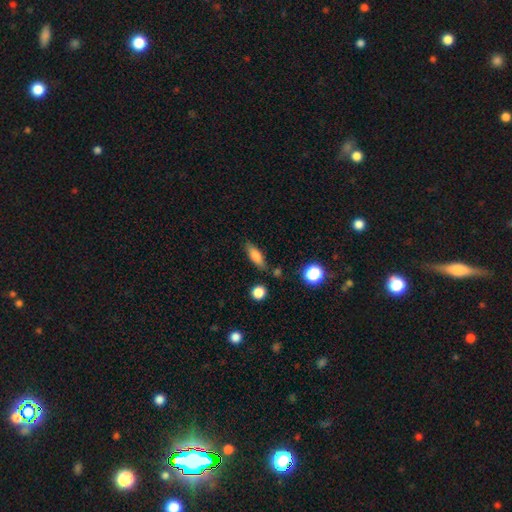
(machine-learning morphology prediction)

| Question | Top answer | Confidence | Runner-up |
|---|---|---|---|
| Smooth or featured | smooth | 76% | featured or disk (16%) |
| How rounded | in between | 58% | cigar-shaped (37%) |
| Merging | none | 77% | minor disturbance (14%) |